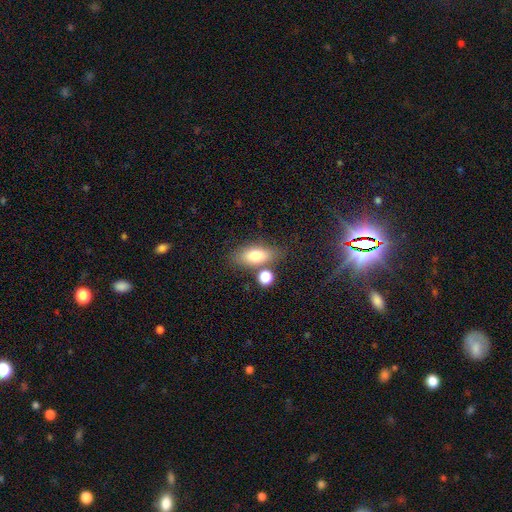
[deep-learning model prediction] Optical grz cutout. It shows a smooth galaxy with no disk features (78%) that is in between round and cigar-shaped (82%). Merging: none (67%).